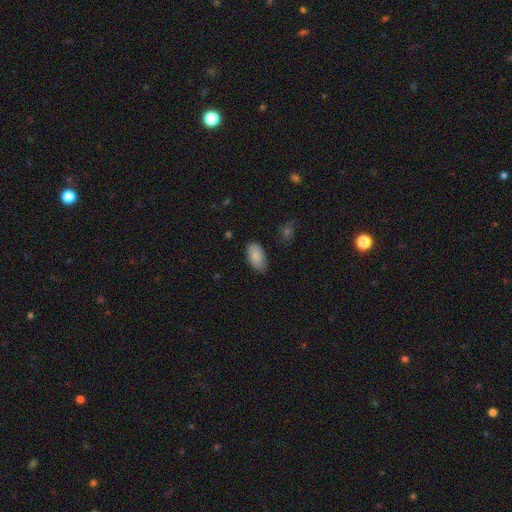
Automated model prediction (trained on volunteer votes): Smooth or featured?
  - smooth: 86% *
  - featured or disk: 7%
  - star or artifact: 6%
How rounded?
  - in between: 95% *
  - round: 3%
  - cigar-shaped: 2%
Merging?
  - none: 77% *
  - minor disturbance: 18%
  - major disturbance: 3%
  - merger: 2%